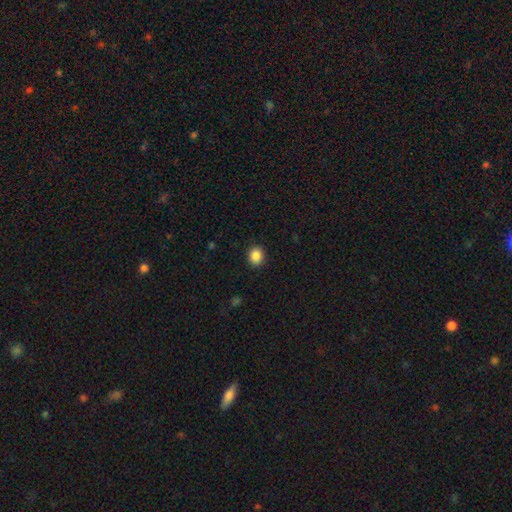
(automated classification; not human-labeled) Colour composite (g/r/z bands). It shows a smooth galaxy with no disk features (88%) that is round (67%). Merging: none (90%).